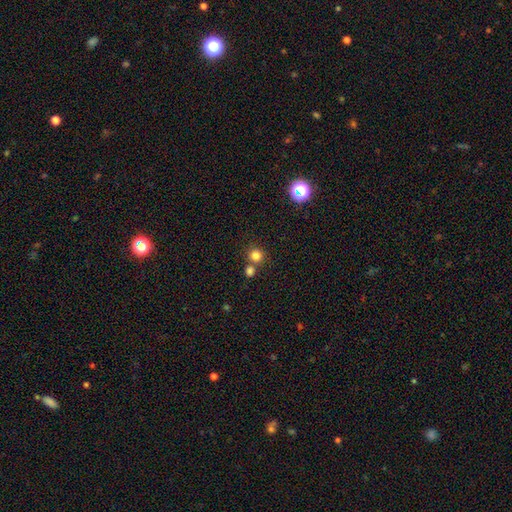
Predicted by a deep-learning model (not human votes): Overall: smooth (81%). How rounded: round (91%). Merging: none (64%; merger 27%).